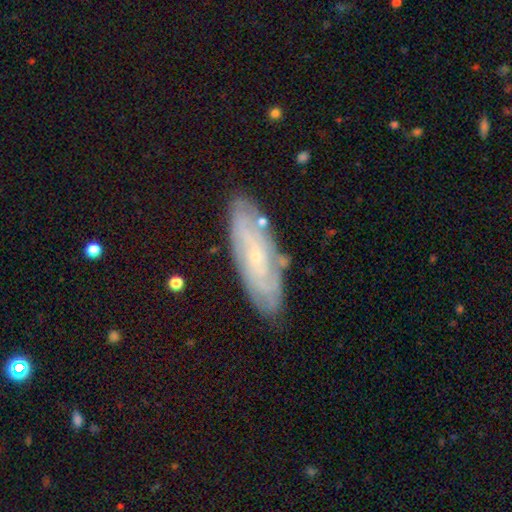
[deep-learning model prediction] This appears to be a featured or disk galaxy (68%) with no bar (73%), spiral arms (79%) and a small central bulge (79%). Merging: none (80%).